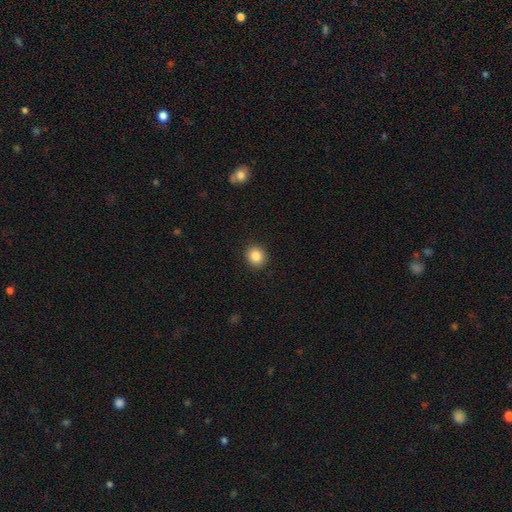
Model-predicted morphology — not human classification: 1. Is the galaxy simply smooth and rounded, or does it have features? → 86% smooth, 9% star or artifact, 5% featured or disk.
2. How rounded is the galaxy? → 79% round, 20% in between, 1% cigar-shaped.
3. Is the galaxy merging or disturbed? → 91% none, 6% minor disturbance, 2% major disturbance, 1% merger.